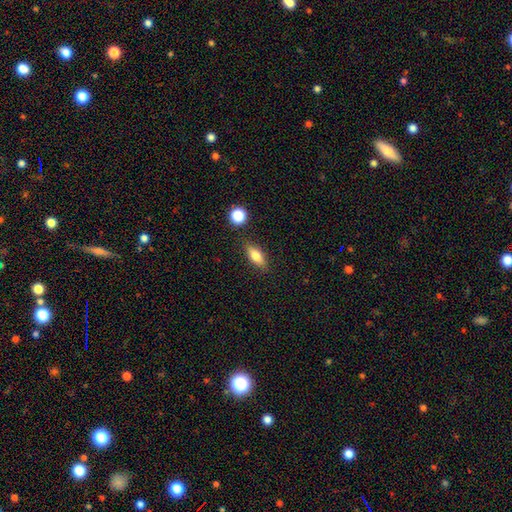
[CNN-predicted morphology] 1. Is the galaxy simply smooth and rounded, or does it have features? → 75% smooth, 17% featured or disk, 8% star or artifact.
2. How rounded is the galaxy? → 73% in between, 23% cigar-shaped, 5% round.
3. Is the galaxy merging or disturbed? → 83% none, 11% minor disturbance, 3% merger, 3% major disturbance.